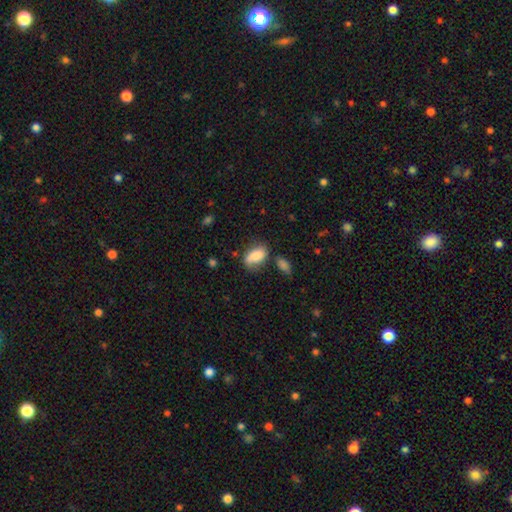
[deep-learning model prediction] The model was most divided on "merging": none: 56%, minor disturbance: 26%, merger: 9%, major disturbance: 9%. More confident: how rounded — in between (90%); smooth or featured — smooth (73%).